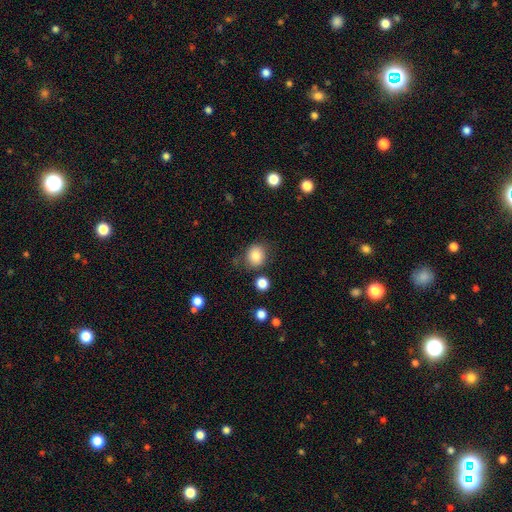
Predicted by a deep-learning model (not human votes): A smooth galaxy with no disk features (84%) that is round (76%).

Vote fractions:
- Smooth or featured? smooth: 84% / star or artifact: 10% / featured or disk: 6%
- How rounded? round: 76% / in between: 23% / cigar-shaped: 1%
- Merging? none: 77% / minor disturbance: 14% / merger: 5% / major disturbance: 4%